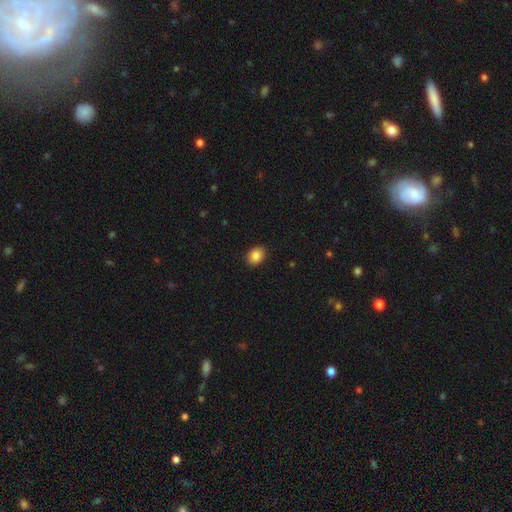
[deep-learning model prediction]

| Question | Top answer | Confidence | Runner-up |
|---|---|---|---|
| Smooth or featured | smooth | 87% | star or artifact (9%) |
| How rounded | in between | 58% | round (41%) |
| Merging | none | 90% | minor disturbance (7%) |